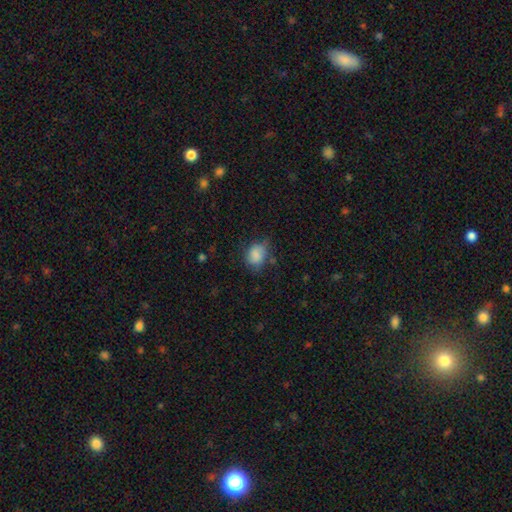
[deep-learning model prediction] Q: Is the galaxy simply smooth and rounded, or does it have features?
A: smooth — 83%.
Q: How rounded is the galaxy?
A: in between — 50%.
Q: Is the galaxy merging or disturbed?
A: none — 58%.